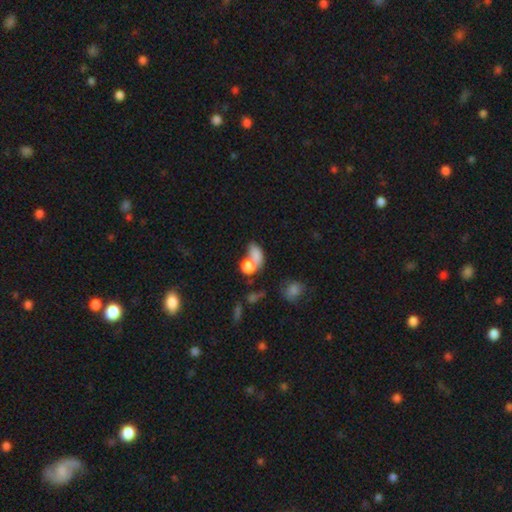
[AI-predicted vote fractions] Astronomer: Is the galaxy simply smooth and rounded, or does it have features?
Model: smooth — 77%.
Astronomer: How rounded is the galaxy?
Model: in between — 69%.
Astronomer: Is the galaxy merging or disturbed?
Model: merger — 50% (runner-up: none, 27%).